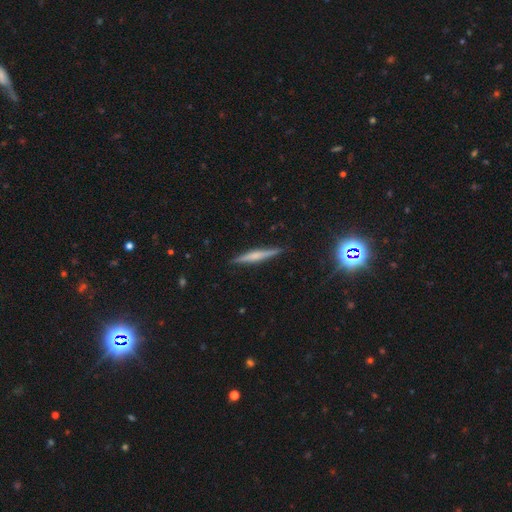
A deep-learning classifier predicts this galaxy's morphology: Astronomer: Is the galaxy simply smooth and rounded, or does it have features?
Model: featured or disk — 57% (runner-up: smooth, 35%).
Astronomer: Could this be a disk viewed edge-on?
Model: yes — 97%.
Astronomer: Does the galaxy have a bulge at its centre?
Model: rounded — 57%.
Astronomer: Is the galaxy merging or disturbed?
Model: none — 90%.